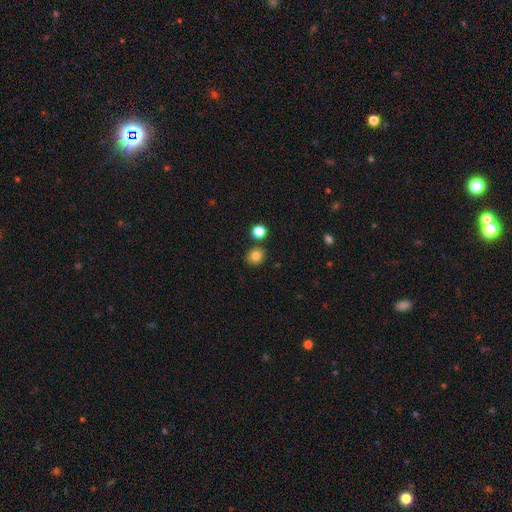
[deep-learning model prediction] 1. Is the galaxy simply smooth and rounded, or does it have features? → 81% smooth, 12% star or artifact, 7% featured or disk.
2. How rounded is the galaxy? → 84% round, 15% in between, 1% cigar-shaped.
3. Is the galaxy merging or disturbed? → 82% none, 8% minor disturbance, 8% merger, 2% major disturbance.